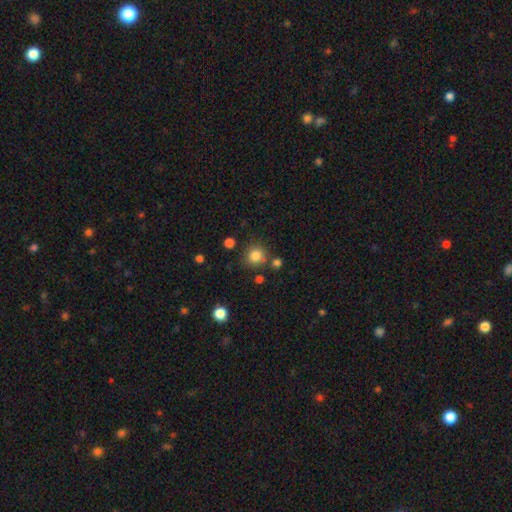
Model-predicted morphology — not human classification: This appears to be a smooth galaxy with no disk features (82%) that is round (89%). Merging: none (76%).